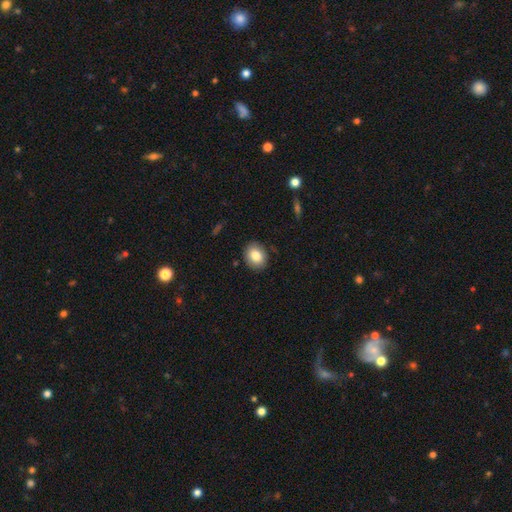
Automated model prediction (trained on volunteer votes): A smooth galaxy with no disk features (83%) that is round (51%).

Vote fractions:
- Smooth or featured? smooth: 83% / featured or disk: 9% / star or artifact: 8%
- How rounded? round: 51% / in between: 48% / cigar-shaped: 1%
- Merging? none: 88% / minor disturbance: 9% / major disturbance: 2% / merger: 1%